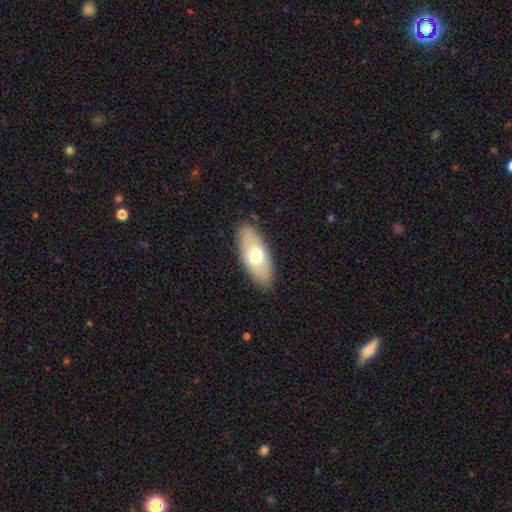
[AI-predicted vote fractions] Smooth or featured: smooth — 65% (featured or disk — 29%)
How rounded: in between — 85% (cigar-shaped — 12%)
Merging: none — 87% (minor disturbance — 9%)